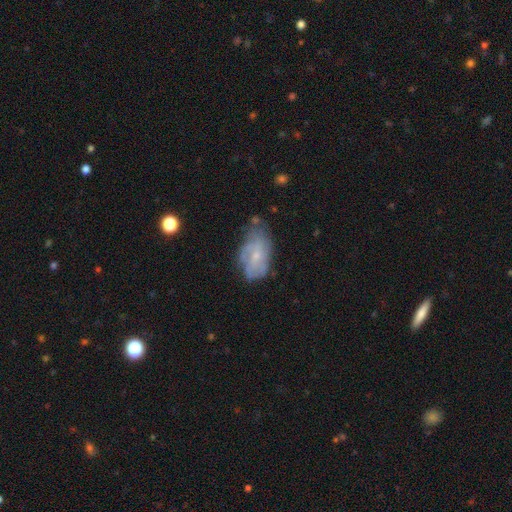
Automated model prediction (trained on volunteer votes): The model was most divided on "merging": none: 50%, minor disturbance: 33%, major disturbance: 14%, merger: 4%. More confident: edge-on disk — no (95%); spiral arms — yes (70%); bulge size — small (70%); bar — no (67%); smooth or featured — featured or disk (59%).